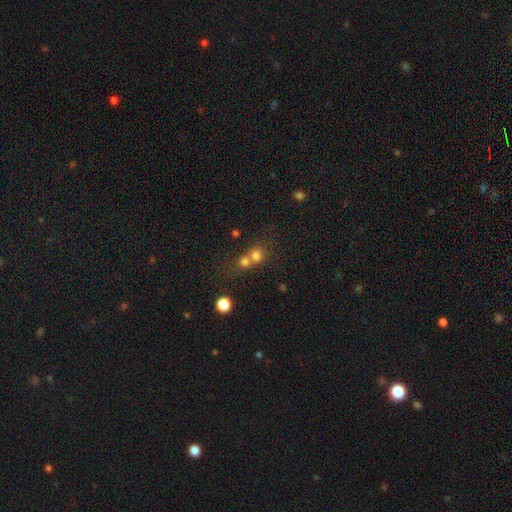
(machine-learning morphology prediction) The model was most divided on "merging": merger: 58%, none: 34%, minor disturbance: 5%, major disturbance: 3%. More confident: how rounded — round (83%); smooth or featured — smooth (73%).